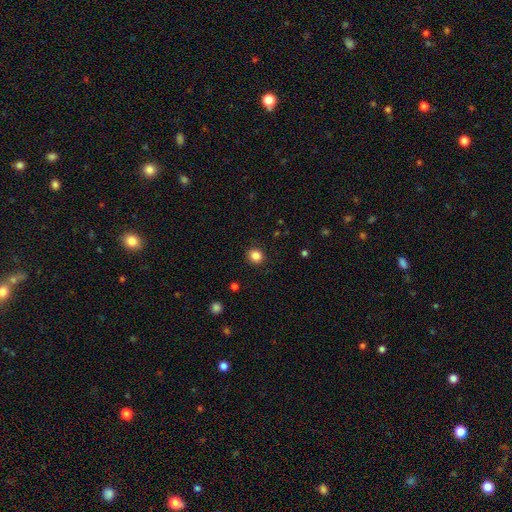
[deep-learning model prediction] smooth_or_featured: smooth (p=0.85) [alt: star or artifact p=0.11]
how_rounded: round (p=0.88) [alt: in between p=0.11]
merging: none (p=0.91) [alt: minor disturbance p=0.06]